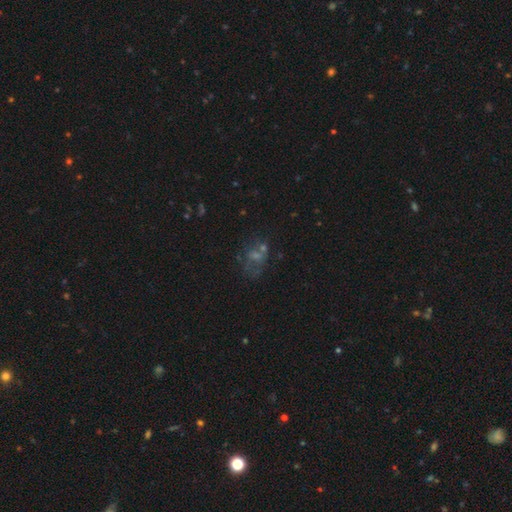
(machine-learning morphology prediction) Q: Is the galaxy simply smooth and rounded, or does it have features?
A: featured or disk — 38%.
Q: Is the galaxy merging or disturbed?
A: none — 45%.